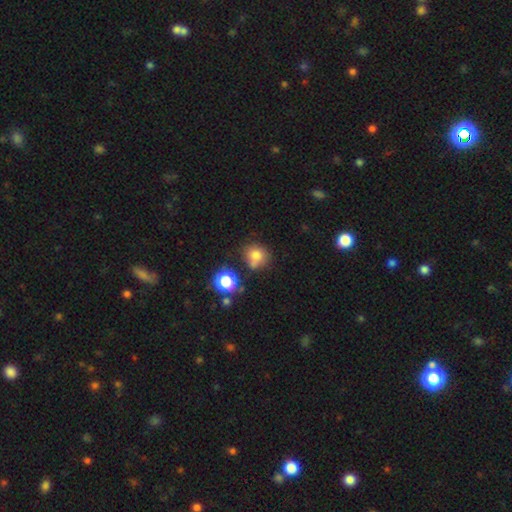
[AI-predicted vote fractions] The model was most divided on "merging": none: 55%, merger: 20%, minor disturbance: 18%, major disturbance: 7%. More confident: how rounded — round (78%); smooth or featured — smooth (74%).